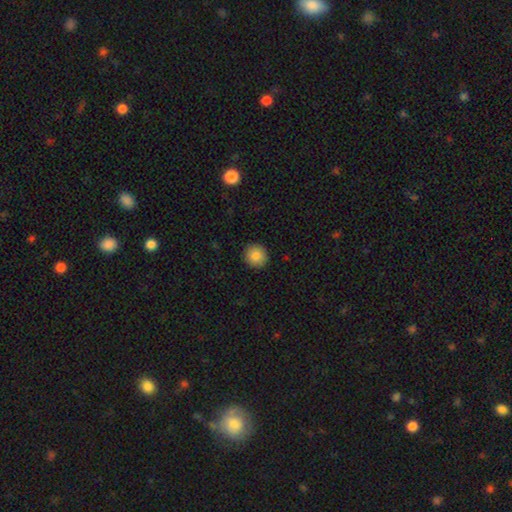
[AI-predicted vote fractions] The model was most divided on "smooth or featured": smooth: 85%, star or artifact: 8%, featured or disk: 7%. More confident: how rounded — round (93%); merging — none (92%).